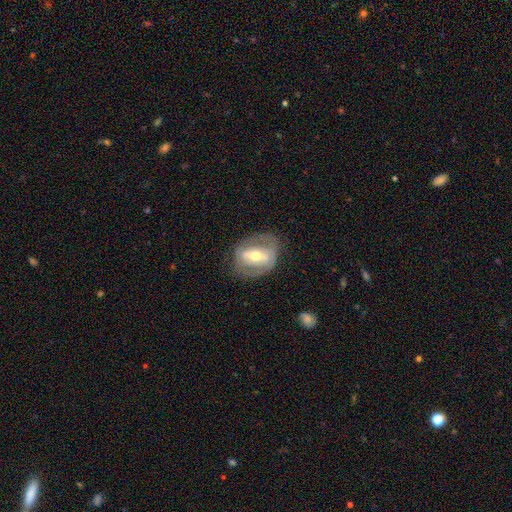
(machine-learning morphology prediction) The model was most divided on "spiral arms" (2-way tie): yes: 50%, no: 50%. Remaining: edge-on disk — no (93%); smooth or featured — featured or disk (68%); merging — none (66%); bulge size — moderate (66%); bar — strong (48%).